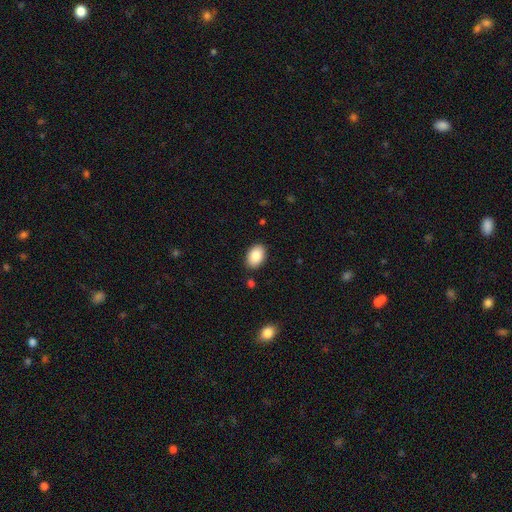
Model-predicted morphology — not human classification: Q: Smooth or featured?
A: smooth (86%); runner-up: star or artifact (7%)
Q: How rounded?
A: in between (87%); runner-up: round (12%)
Q: Merging?
A: none (87%); runner-up: minor disturbance (9%)